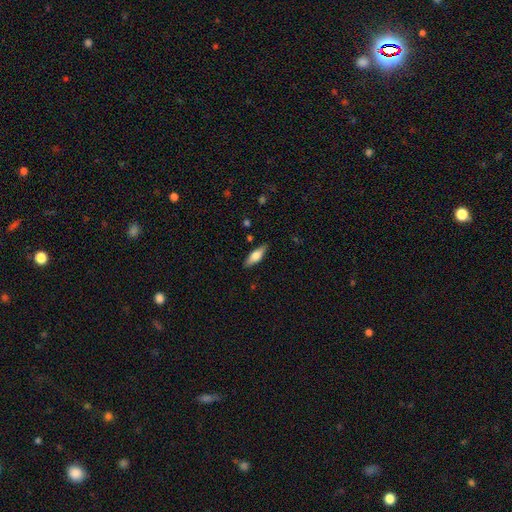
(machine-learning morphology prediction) This appears to be a smooth galaxy with no disk features (60%) that is in between round and cigar-shaped (56%). Merging: none (86%).